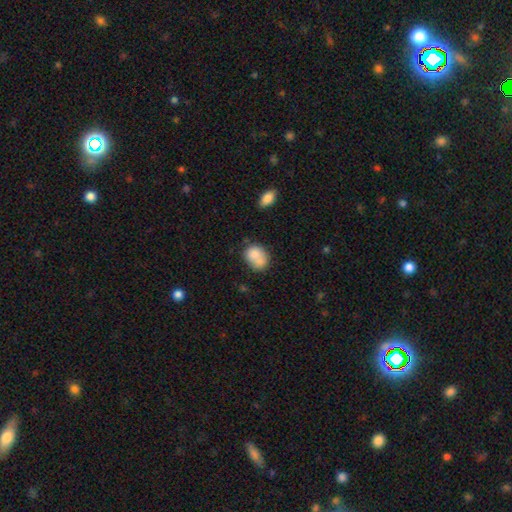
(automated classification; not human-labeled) Overall: smooth (77%). How rounded: in between (51%; round 47%). Merging: none (38%; merger 37%).